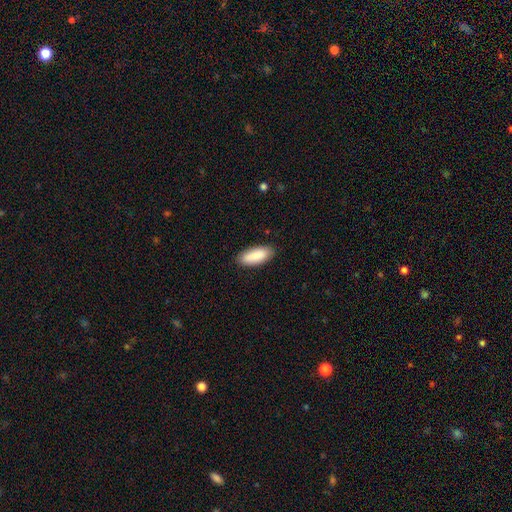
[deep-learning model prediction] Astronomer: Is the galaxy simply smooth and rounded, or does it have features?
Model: smooth — 89%.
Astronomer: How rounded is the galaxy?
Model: in between — 81%.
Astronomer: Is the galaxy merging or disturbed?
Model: none — 87%.